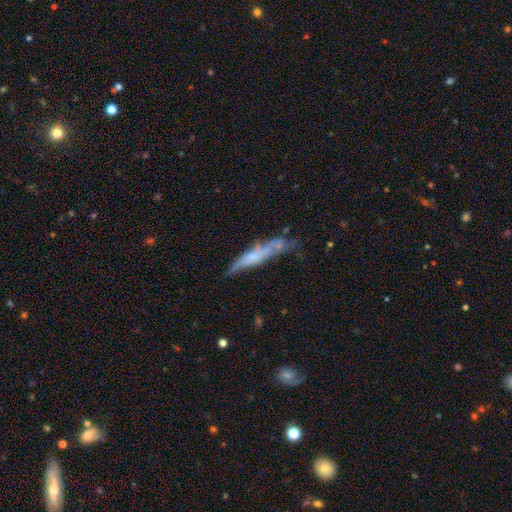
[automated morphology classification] type=featured or disk (49%); merging=none (47%).